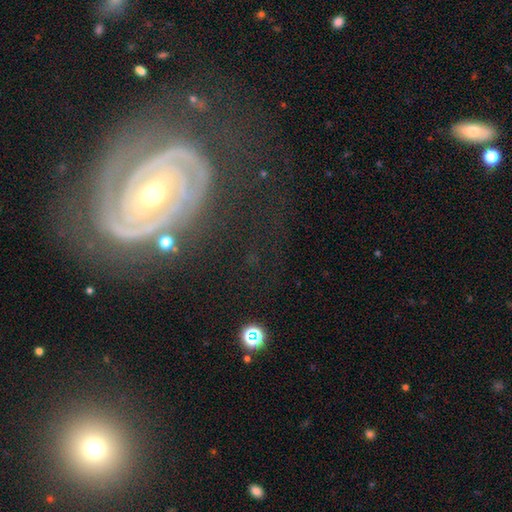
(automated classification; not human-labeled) Overall: featured or disk (88%). Edge-on disk: no (97%). Bar: no (48%; weak 30%). Spiral arms: yes (97%). Spiral arm count: 2 (68%). Spiral winding: tight (78%). Bulge size: moderate (49%; small 46%). Merging: none (66%).